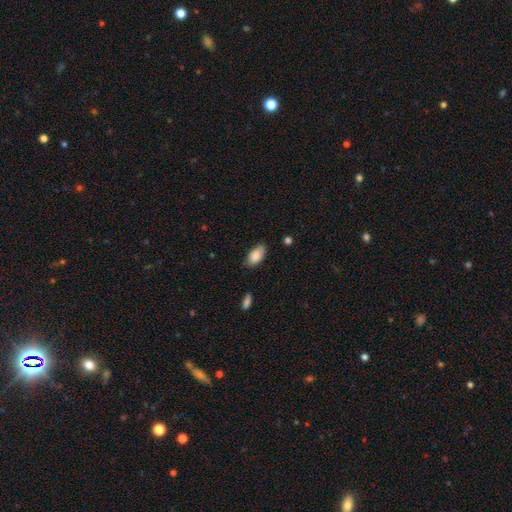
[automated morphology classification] smooth-or-featured: smooth: 85% | featured or disk: 8% | star or artifact: 7%
  how-rounded: in between: 94% | round: 3% | cigar-shaped: 3%
  merging: none: 74% | minor disturbance: 21% | major disturbance: 3% | merger: 1%